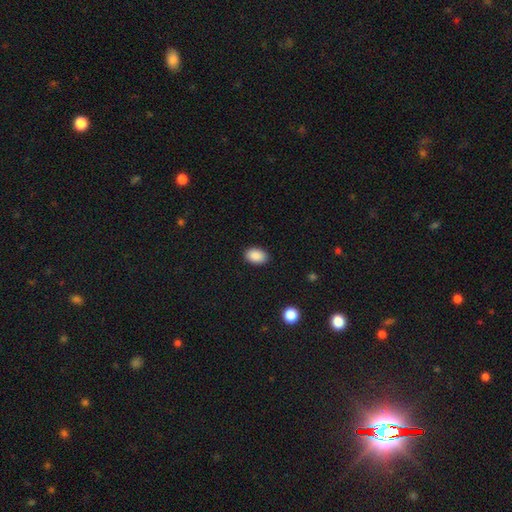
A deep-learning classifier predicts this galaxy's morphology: smooth 90%, star or artifact 8%, featured or disk 3%. Down the decision tree: how rounded — in between (84%); merging — none (89%).